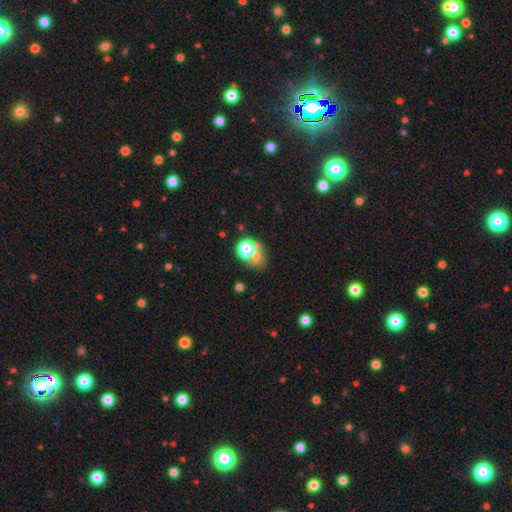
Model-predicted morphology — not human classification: type=smooth (55%); roundness=round (55%); merging=none (38%).